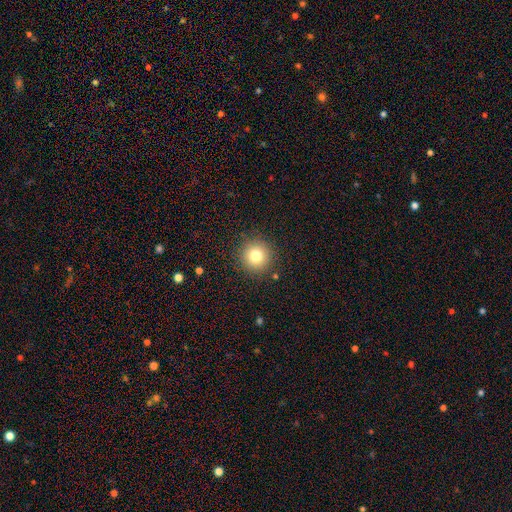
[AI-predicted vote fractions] Smooth or featured? Predicted: smooth (p=0.78). How rounded? Predicted: round (p=0.95). Merging? Predicted: none (p=0.90).